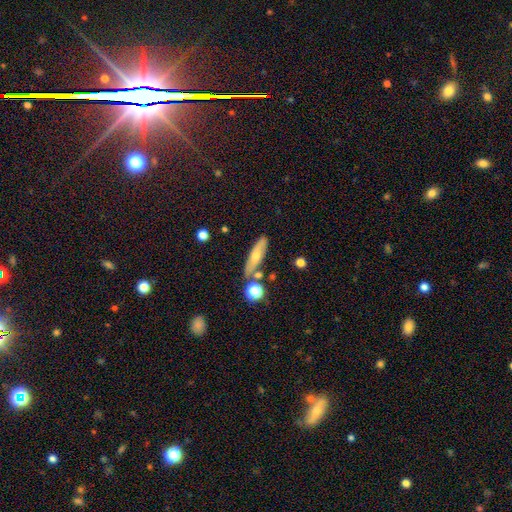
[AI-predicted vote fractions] smooth_or_featured: smooth (p=0.59) [alt: featured or disk p=0.33]
how_rounded: cigar-shaped (p=0.65) [alt: in between p=0.31]
merging: none (p=0.72) [alt: minor disturbance p=0.15]